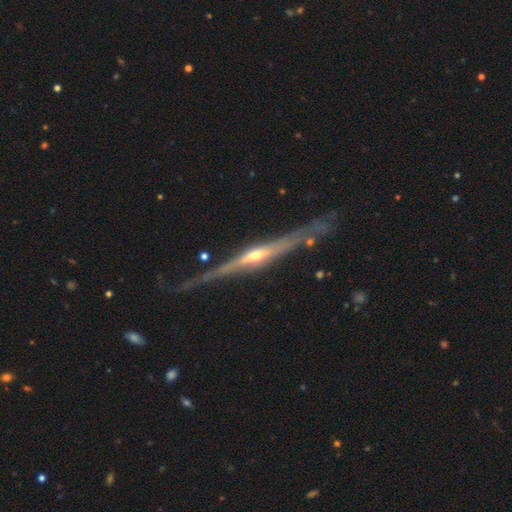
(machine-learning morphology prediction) type=featured or disk (83%); edge-on=yes (96%); edge-on bulge=rounded (79%); merging=none (74%).